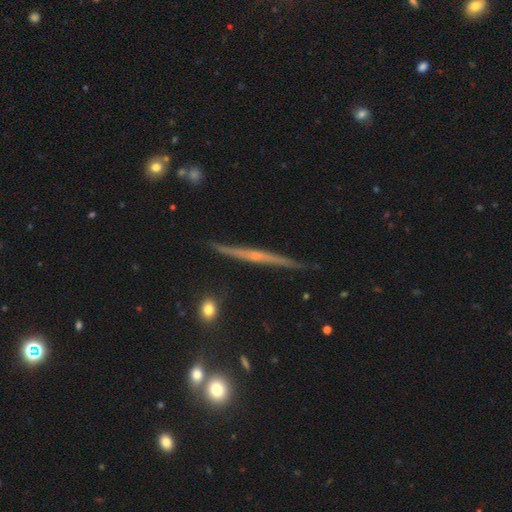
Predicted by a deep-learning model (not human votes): Smooth or featured?
  - featured or disk: 72% *
  - smooth: 21%
  - star or artifact: 7%
Edge-on disk?
  - yes: 98% *
  - no: 2%
Edge-on bulge?
  - none: 60% *
  - rounded: 32%
  - boxy: 8%
Merging?
  - none: 88% *
  - minor disturbance: 9%
  - major disturbance: 2%
  - merger: 2%